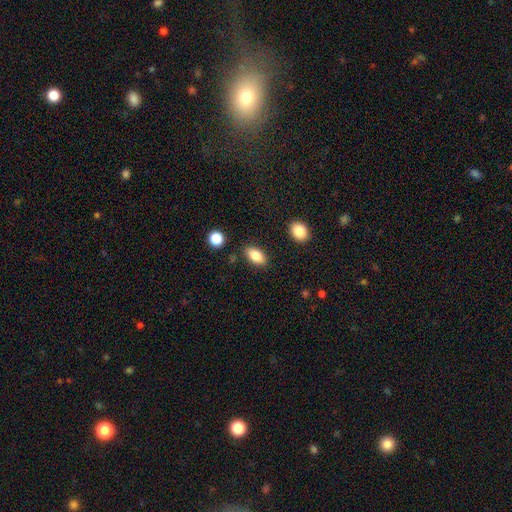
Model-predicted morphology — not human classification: Smooth or featured? smooth (84%)
How rounded? in between (90%)
Merging? none (86%)